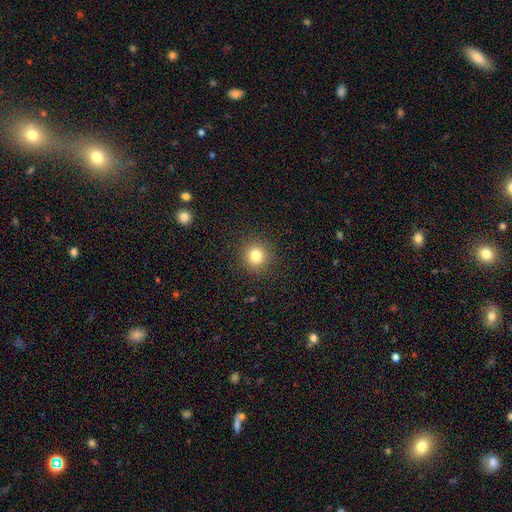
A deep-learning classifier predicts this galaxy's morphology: type=smooth (80%); roundness=round (94%); merging=none (91%).